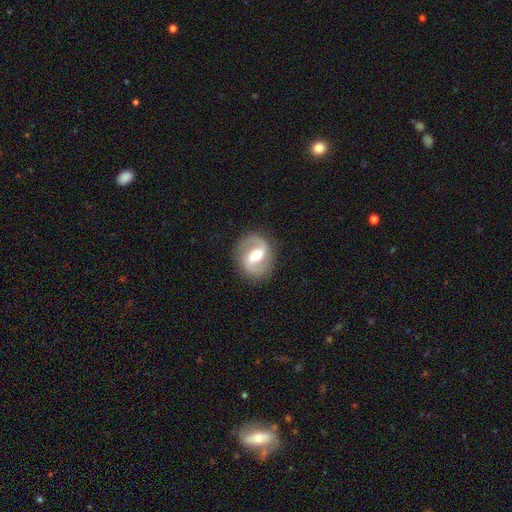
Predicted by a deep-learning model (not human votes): Smooth or featured?
  - featured or disk: 82% *
  - smooth: 13%
  - star or artifact: 5%
Edge-on disk?
  - no: 97% *
  - yes: 3%
Bar?
  - strong: 44% *
  - weak: 42%
  - no: 14%
Spiral arms?
  - yes: 92% *
  - no: 8%
Spiral winding?
  - medium: 51% *
  - loose: 28%
  - tight: 20%
Spiral arm count?
  - 2: 90% *
  - can't tell: 3%
  - 1: 3%
  - 3: 1%
  - 4: 1%
  - more than 4: 1%
Bulge size?
  - moderate: 64% *
  - small: 23%
  - large: 10%
  - none: 1%
  - dominant: 1%
Merging?
  - none: 85% *
  - minor disturbance: 10%
  - major disturbance: 4%
  - merger: 1%